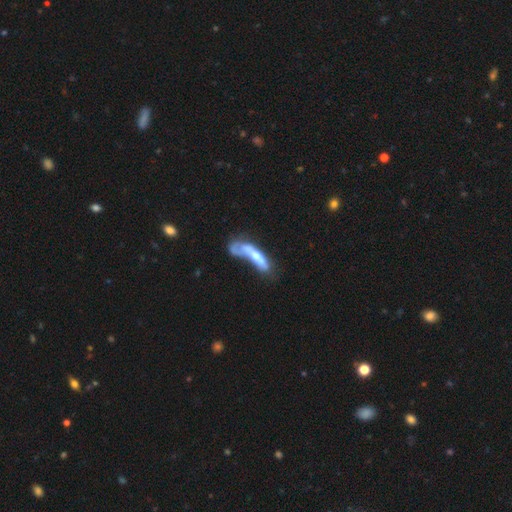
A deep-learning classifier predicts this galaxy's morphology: Smooth or featured?
  - featured or disk: 51% *
  - smooth: 41%
  - star or artifact: 8%
Edge-on disk?
  - no: 71% *
  - yes: 29%
Merging?
  - major disturbance: 36% *
  - merger: 27%
  - none: 21%
  - minor disturbance: 16%